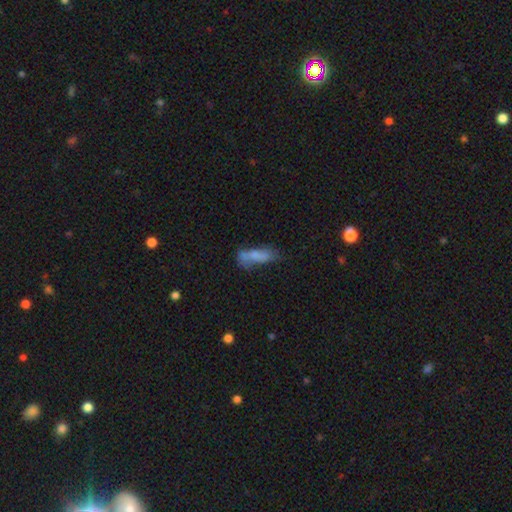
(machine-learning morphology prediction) smooth_or_featured: smooth (p=0.62) [alt: featured or disk p=0.27]
how_rounded: in between (p=0.54) [alt: cigar-shaped p=0.43]
merging: none (p=0.37) [alt: minor disturbance p=0.23]